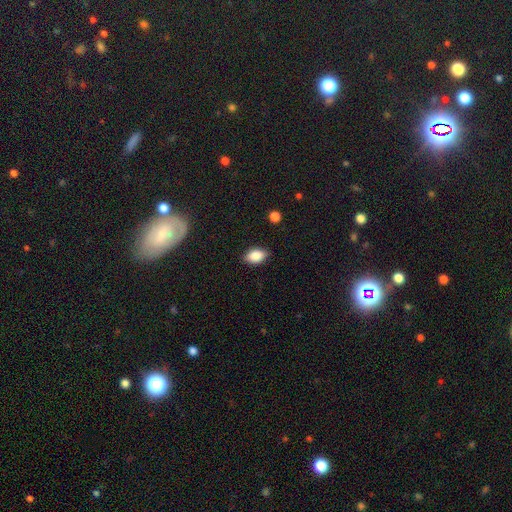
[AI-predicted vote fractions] Smooth or featured: smooth — 86% (star or artifact — 8%)
How rounded: in between — 88% (round — 10%)
Merging: none — 84% (minor disturbance — 12%)